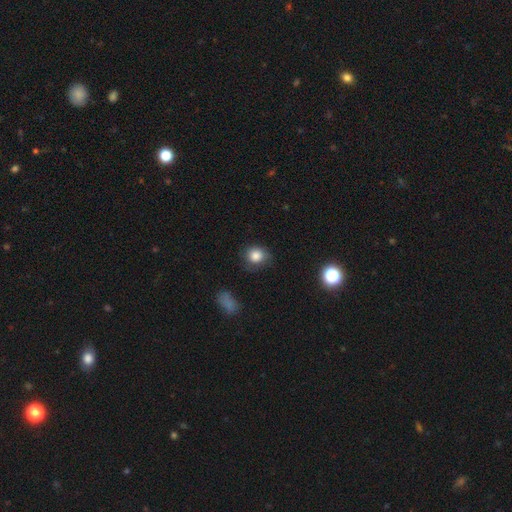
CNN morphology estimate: Smooth or featured?
  - smooth: 83% *
  - star or artifact: 10%
  - featured or disk: 6%
How rounded?
  - round: 78% *
  - in between: 21%
  - cigar-shaped: 1%
Merging?
  - none: 69% *
  - minor disturbance: 22%
  - major disturbance: 7%
  - merger: 2%